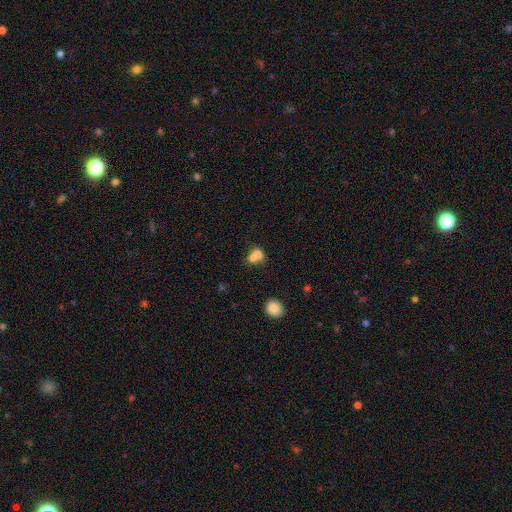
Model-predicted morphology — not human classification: Q: Smooth or featured?
A: smooth (71%); runner-up: featured or disk (18%)
Q: How rounded?
A: round (63%); runner-up: in between (36%)
Q: Merging?
A: merger (66%); runner-up: none (25%)